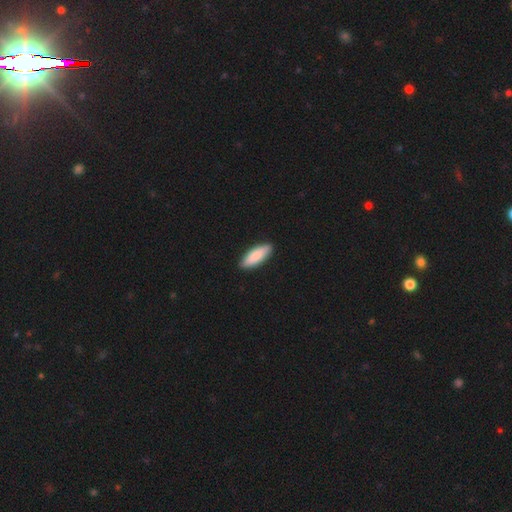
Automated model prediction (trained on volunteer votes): Overall: smooth (86%). How rounded: in between (65%; cigar-shaped 34%). Merging: none (89%).